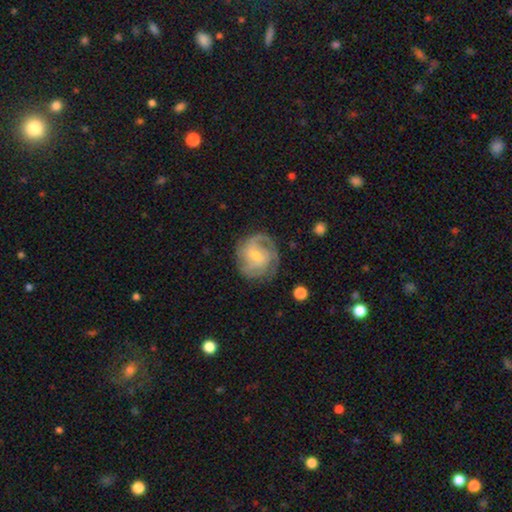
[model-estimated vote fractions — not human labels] featured or disk 81%, smooth 13%, star or artifact 6%. Down the decision tree: edge-on disk — no (98%); bar — no (48%); spiral arms — yes (95%); spiral arm count — 3 (29%); spiral winding — tight (54%); bulge size — small (57%); merging — none (73%).